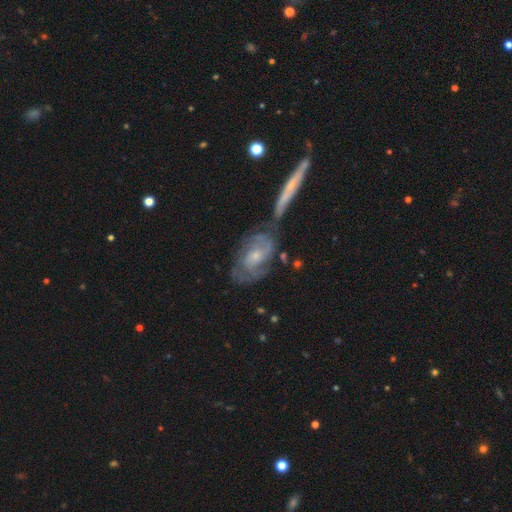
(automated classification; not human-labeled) Morphology: type=featured or disk (76%); edge-on=no (93%); bar=no (64%); spiral arms=yes (88%); winding=tight (49%); arm count=2 (45%); bulge=small (63%); merging=none (49%).